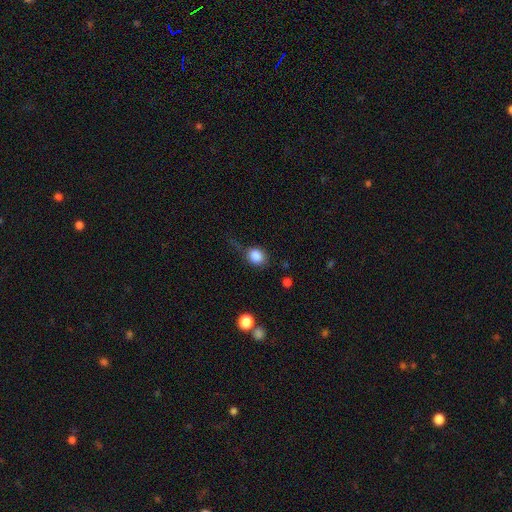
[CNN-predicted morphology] Smooth or featured: smooth — 85% (star or artifact — 9%)
How rounded: round — 63% (in between — 36%)
Merging: none — 55% (minor disturbance — 25%)